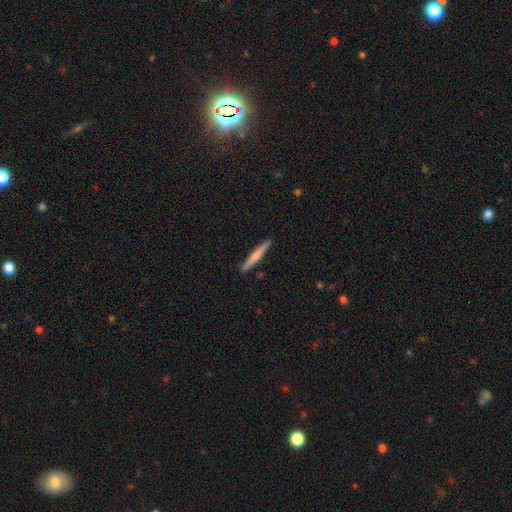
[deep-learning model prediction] A smooth galaxy with no disk features (58%) that is cigar-shaped (96%).

Vote fractions:
- Smooth or featured? smooth: 58% / featured or disk: 38% / star or artifact: 5%
- How rounded? cigar-shaped: 96% / in between: 3% / round: 1%
- Merging? none: 91% / minor disturbance: 7% / merger: 1% / major disturbance: 1%